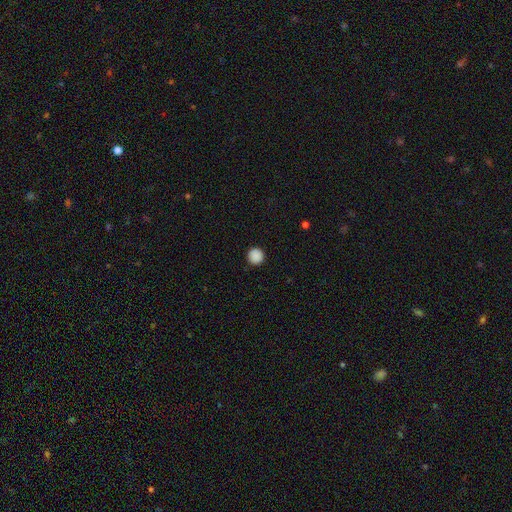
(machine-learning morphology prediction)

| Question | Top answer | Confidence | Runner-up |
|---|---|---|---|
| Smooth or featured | smooth | 88% | star or artifact (9%) |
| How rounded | round | 95% | in between (4%) |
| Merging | none | 92% | minor disturbance (5%) |